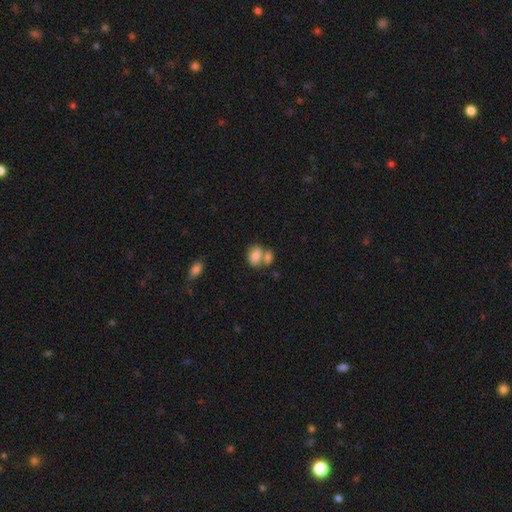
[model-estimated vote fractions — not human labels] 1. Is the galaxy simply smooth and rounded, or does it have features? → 80% smooth, 11% featured or disk, 8% star or artifact.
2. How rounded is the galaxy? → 79% in between, 19% round, 2% cigar-shaped.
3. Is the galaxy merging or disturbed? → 52% merger, 32% none, 11% minor disturbance, 5% major disturbance.